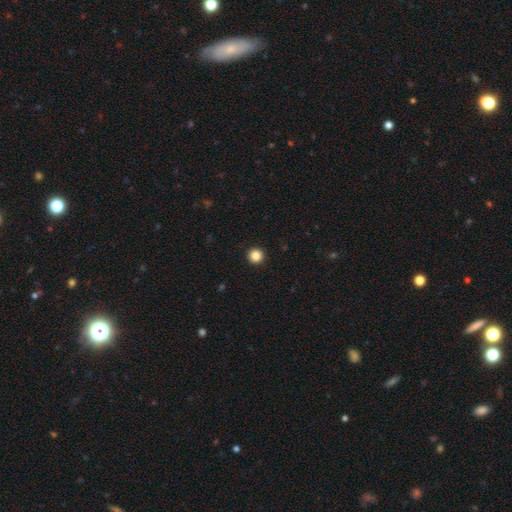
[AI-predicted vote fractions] Smooth or featured: smooth — 86% (star or artifact — 11%)
How rounded: round — 96% (in between — 3%)
Merging: none — 94% (minor disturbance — 4%)